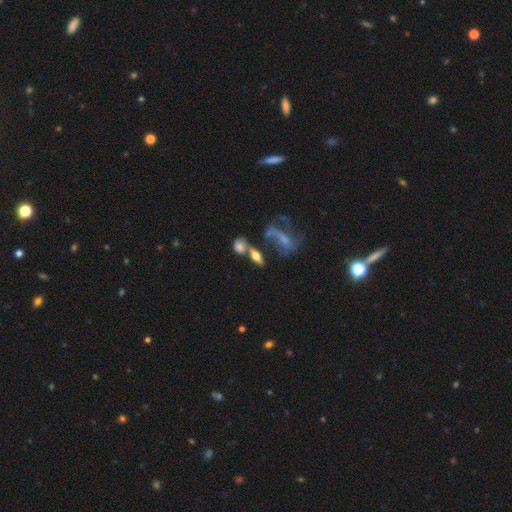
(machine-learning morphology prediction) Smooth or featured?
  - smooth: 55% *
  - featured or disk: 34%
  - star or artifact: 11%
How rounded?
  - in between: 67% *
  - cigar-shaped: 20%
  - round: 13%
Merging?
  - none: 41% *
  - merger: 33%
  - minor disturbance: 15%
  - major disturbance: 11%